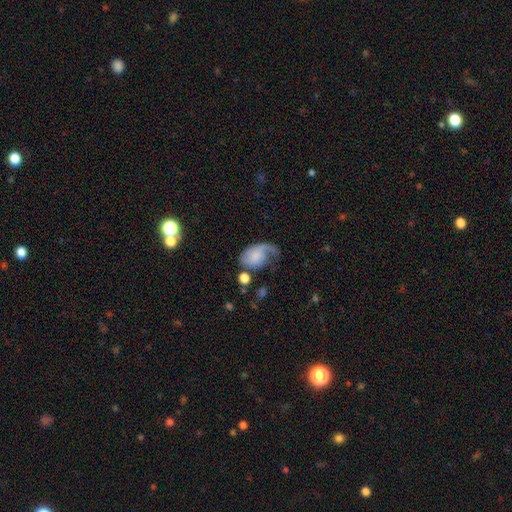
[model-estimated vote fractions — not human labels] Smooth or featured? Predicted: featured or disk (p=0.46, tied with smooth). Merging? Predicted: major disturbance (p=0.44).